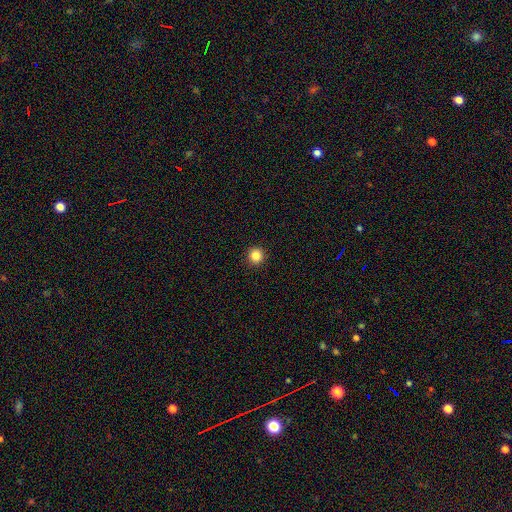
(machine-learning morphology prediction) A smooth galaxy with no disk features (84%) that is round (95%).

Vote fractions:
- Smooth or featured? smooth: 84% / star or artifact: 11% / featured or disk: 4%
- How rounded? round: 95% / in between: 4% / cigar-shaped: 1%
- Merging? none: 93% / minor disturbance: 4% / major disturbance: 2% / merger: 1%